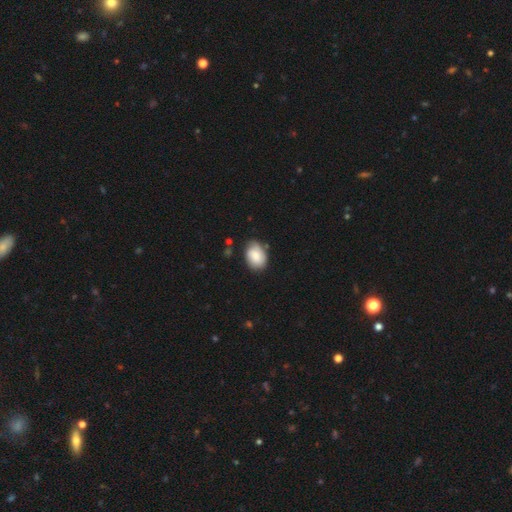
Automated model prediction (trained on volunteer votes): Smooth or featured?
  - smooth: 74% *
  - featured or disk: 19%
  - star or artifact: 7%
How rounded?
  - in between: 79% *
  - round: 20%
  - cigar-shaped: 1%
Merging?
  - none: 67% *
  - minor disturbance: 25%
  - major disturbance: 5%
  - merger: 3%